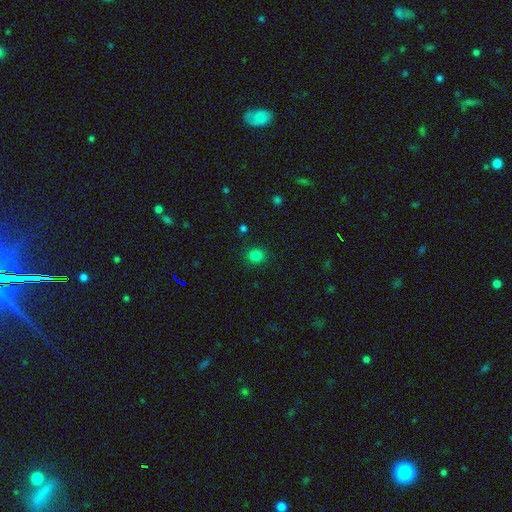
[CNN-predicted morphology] The model was most divided on "smooth or featured": smooth: 81%, star or artifact: 15%, featured or disk: 4%. More confident: merging — none (88%); how rounded — round (86%).